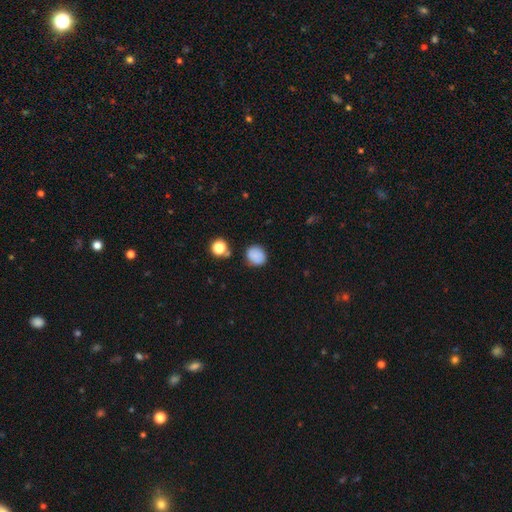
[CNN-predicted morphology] smooth 83%, star or artifact 11%, featured or disk 6%. Down the decision tree: how rounded — round (73%); merging — none (79%).